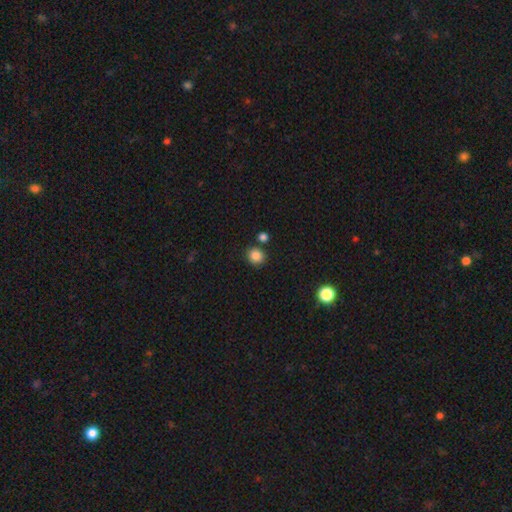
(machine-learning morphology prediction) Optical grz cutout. It shows a smooth galaxy with no disk features (85%) that is round (81%). Merging: none (79%).